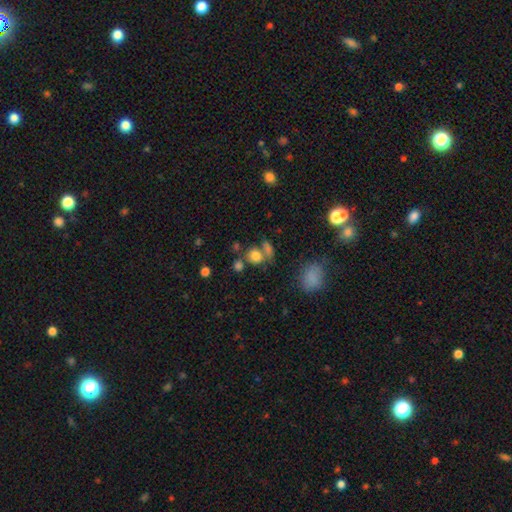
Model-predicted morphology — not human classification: smooth_or_featured: smooth (p=0.78) [alt: star or artifact p=0.14]
how_rounded: round (p=0.69) [alt: in between p=0.29]
merging: none (p=0.54) [alt: merger p=0.29]